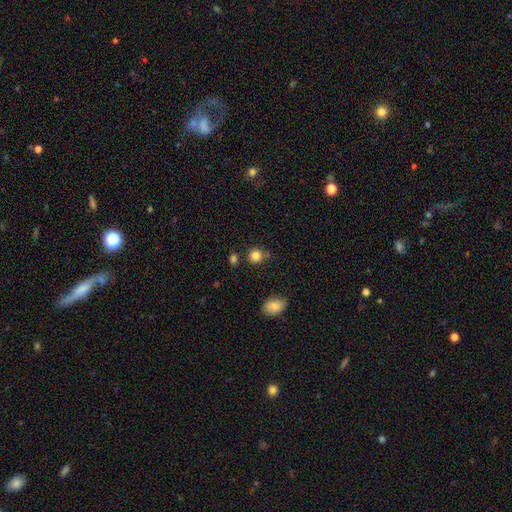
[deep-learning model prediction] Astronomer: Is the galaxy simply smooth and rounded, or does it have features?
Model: smooth — 83%.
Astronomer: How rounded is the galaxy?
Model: round — 87%.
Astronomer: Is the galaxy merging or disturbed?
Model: none — 72%.